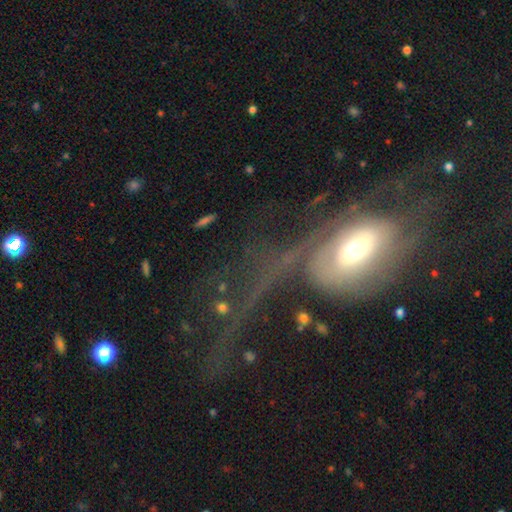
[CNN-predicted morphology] Smooth or featured? Predicted: featured or disk (p=0.59). Edge-on disk? Predicted: no (p=0.83). Merging? Predicted: major disturbance (p=0.52).